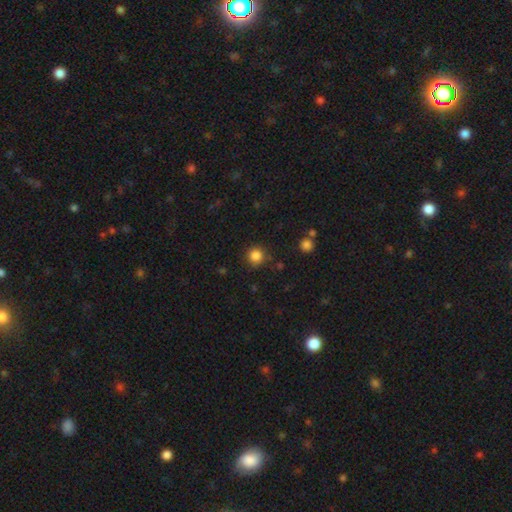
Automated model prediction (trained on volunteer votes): This is clearly a smooth galaxy (85%). How rounded: clearly round (93%). Merging: clearly none (86%).